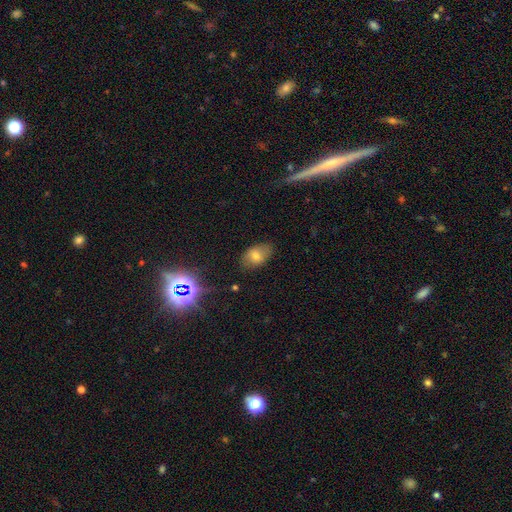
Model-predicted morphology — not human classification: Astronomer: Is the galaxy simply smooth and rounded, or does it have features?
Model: smooth — 68%.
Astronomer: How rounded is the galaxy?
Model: in between — 88%.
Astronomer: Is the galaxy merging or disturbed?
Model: none — 79%.